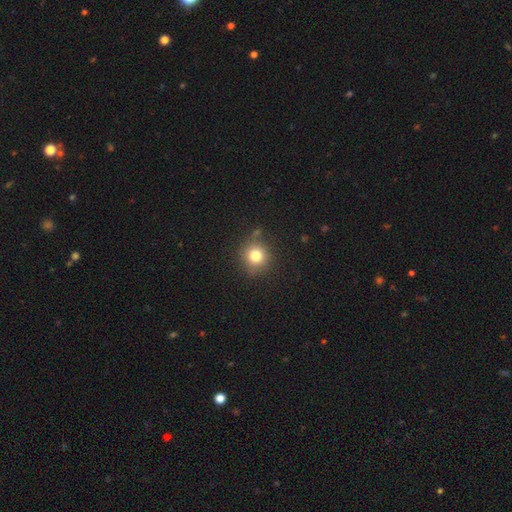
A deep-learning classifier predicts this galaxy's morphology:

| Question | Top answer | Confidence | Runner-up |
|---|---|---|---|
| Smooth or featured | smooth | 79% | star or artifact (13%) |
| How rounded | round | 91% | in between (8%) |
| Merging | none | 81% | minor disturbance (12%) |